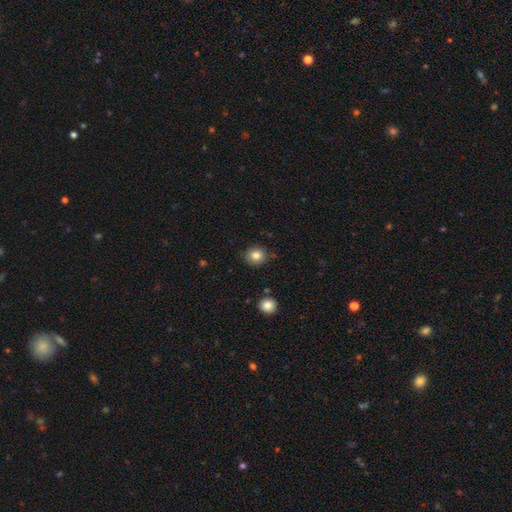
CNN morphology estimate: This is clearly a smooth galaxy (83%). How rounded: clearly round (86%). Merging: clearly none (87%).